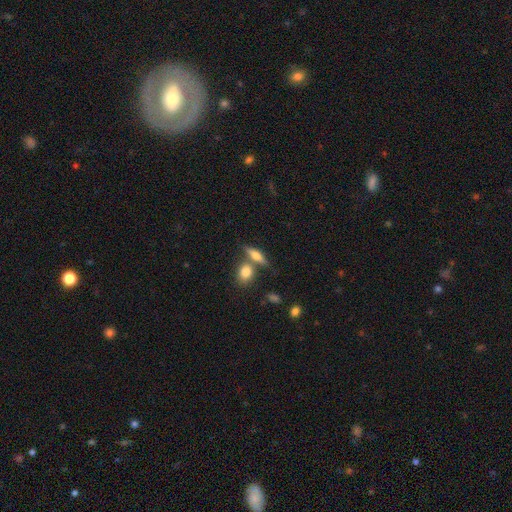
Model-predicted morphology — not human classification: smooth 55%, featured or disk 37%, star or artifact 8%. Down the decision tree: how rounded — in between (47%); merging — none (61%).